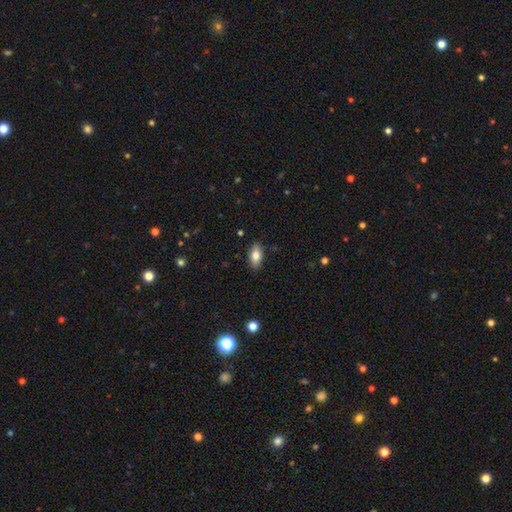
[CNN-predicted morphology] type=smooth (80%); roundness=in between (88%); merging=none (86%).